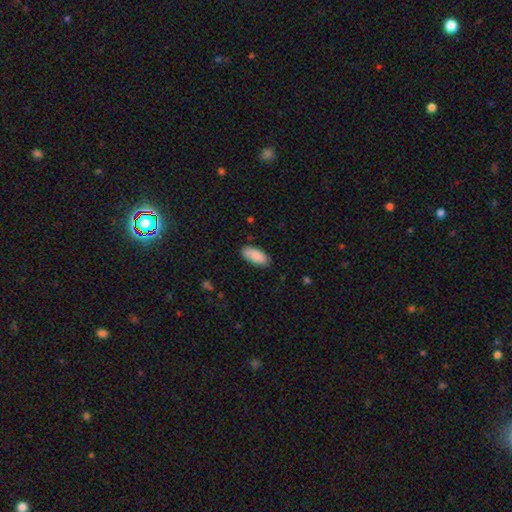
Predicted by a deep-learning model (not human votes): The model was most divided on "merging": none: 84%, minor disturbance: 12%, major disturbance: 2%, merger: 1%. More confident: how rounded — in between (90%); smooth or featured — smooth (88%).